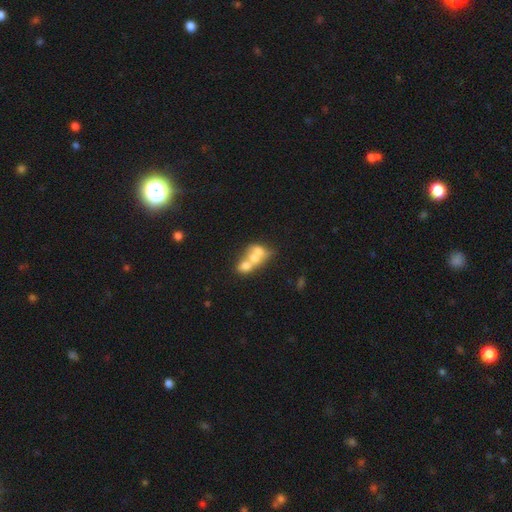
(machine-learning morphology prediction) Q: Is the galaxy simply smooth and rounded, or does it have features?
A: smooth — 54%.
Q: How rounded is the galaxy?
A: in between — 58%.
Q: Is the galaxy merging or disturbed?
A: merger — 74%.